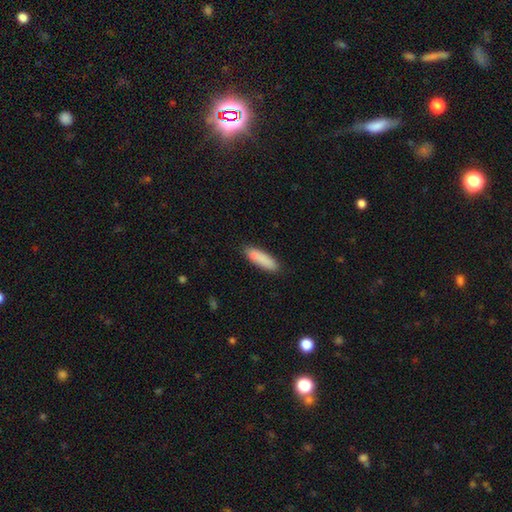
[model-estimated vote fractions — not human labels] smooth 85%, featured or disk 8%, star or artifact 7%. Down the decision tree: how rounded — cigar-shaped (69%); merging — none (83%).